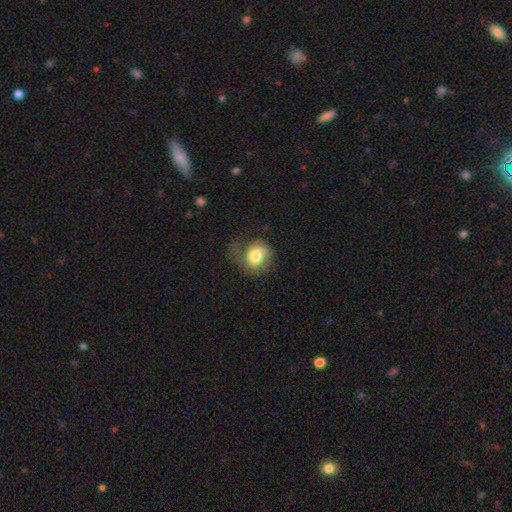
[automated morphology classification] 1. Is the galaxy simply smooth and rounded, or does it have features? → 63% smooth, 29% featured or disk, 8% star or artifact.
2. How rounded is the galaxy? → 61% round, 38% in between, 1% cigar-shaped.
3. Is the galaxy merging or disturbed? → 42% none, 30% minor disturbance, 27% major disturbance, 2% merger.